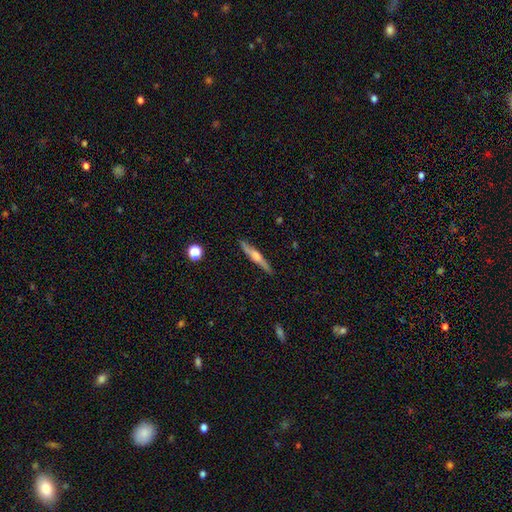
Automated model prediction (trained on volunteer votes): Morphology: type=featured or disk (70%); edge-on=yes (97%); edge-on bulge=rounded (86%); merging=none (90%).